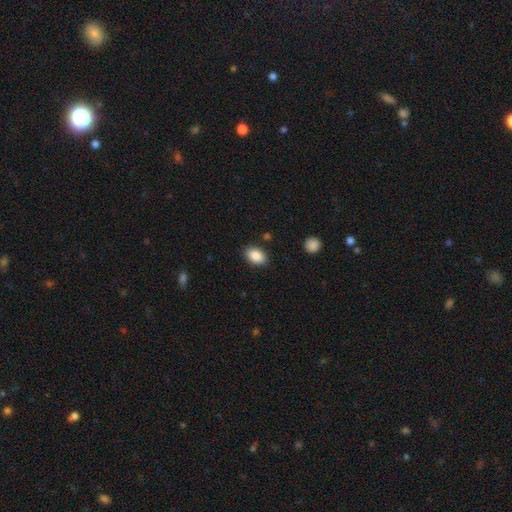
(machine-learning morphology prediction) smooth 87%, star or artifact 8%, featured or disk 5%. Down the decision tree: how rounded — in between (85%); merging — none (86%).